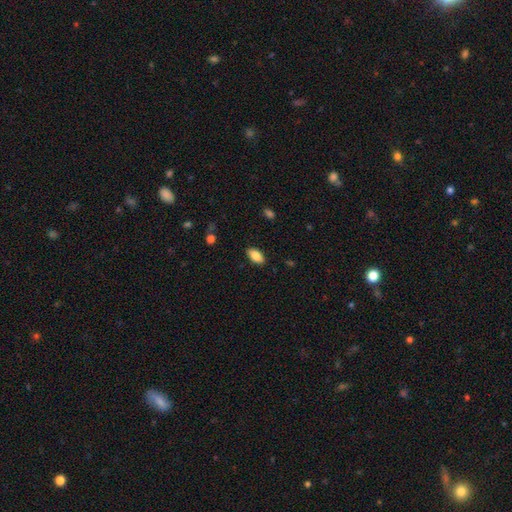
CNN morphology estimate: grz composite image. It shows a smooth galaxy with no disk features (86%) that is in between round and cigar-shaped (92%). Merging: none (87%).